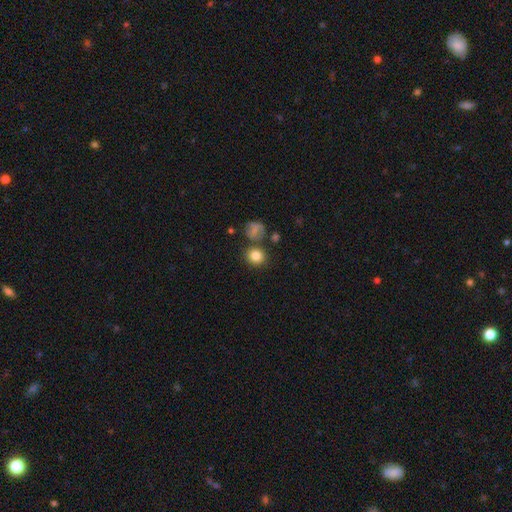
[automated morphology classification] Smooth or featured?
  - smooth: 82% *
  - star or artifact: 11%
  - featured or disk: 7%
How rounded?
  - round: 80% *
  - in between: 19%
  - cigar-shaped: 1%
Merging?
  - none: 75% *
  - minor disturbance: 11%
  - merger: 10%
  - major disturbance: 4%